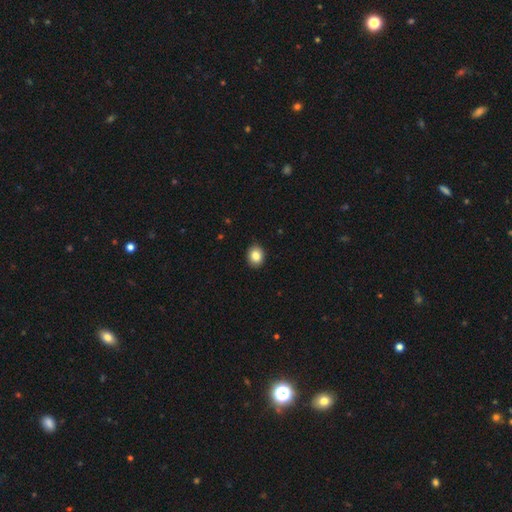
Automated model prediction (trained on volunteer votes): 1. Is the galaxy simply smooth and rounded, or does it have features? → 85% smooth, 9% star or artifact, 6% featured or disk.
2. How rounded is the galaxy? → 52% round, 47% in between, 1% cigar-shaped.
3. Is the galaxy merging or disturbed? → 90% none, 7% minor disturbance, 2% major disturbance, 1% merger.